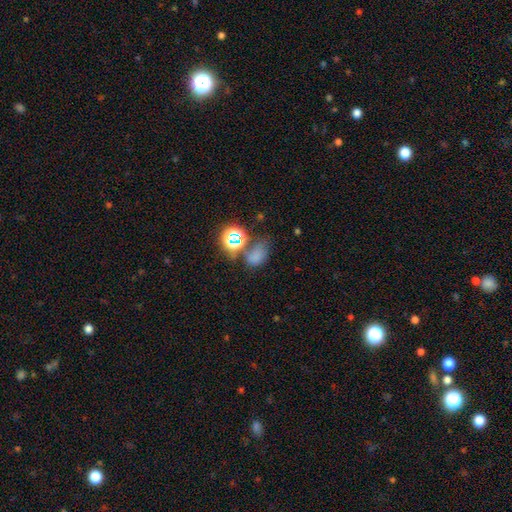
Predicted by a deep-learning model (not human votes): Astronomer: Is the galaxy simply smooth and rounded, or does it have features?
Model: smooth — 60%.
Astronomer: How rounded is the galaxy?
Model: in between — 70%.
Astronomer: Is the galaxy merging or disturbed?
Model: none — 44% (runner-up: merger, 23%).